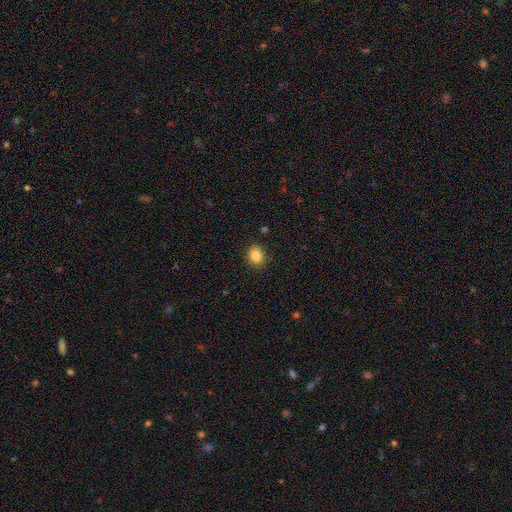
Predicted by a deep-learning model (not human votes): Q: Smooth or featured?
A: smooth (85%); runner-up: star or artifact (10%)
Q: How rounded?
A: round (51%); runner-up: in between (49%)
Q: Merging?
A: none (87%); runner-up: minor disturbance (9%)